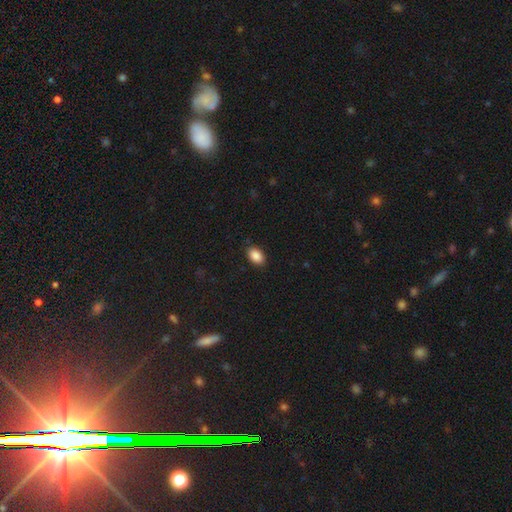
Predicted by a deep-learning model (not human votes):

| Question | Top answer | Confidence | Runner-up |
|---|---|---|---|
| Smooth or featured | smooth | 89% | star or artifact (8%) |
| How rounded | in between | 89% | round (10%) |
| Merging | none | 88% | minor disturbance (9%) |